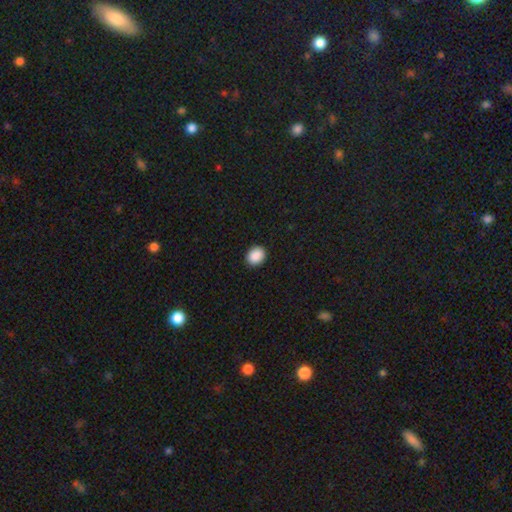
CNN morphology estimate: Q: Smooth or featured?
A: smooth (90%); runner-up: star or artifact (8%)
Q: How rounded?
A: round (51%); runner-up: in between (48%)
Q: Merging?
A: none (91%); runner-up: minor disturbance (6%)